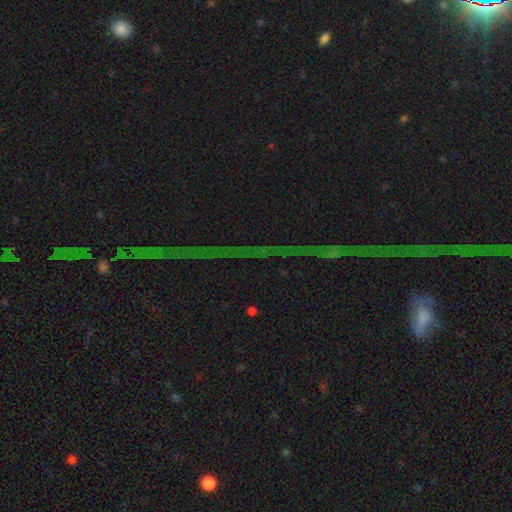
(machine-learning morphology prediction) A star or artifact, not a galaxy (76%).